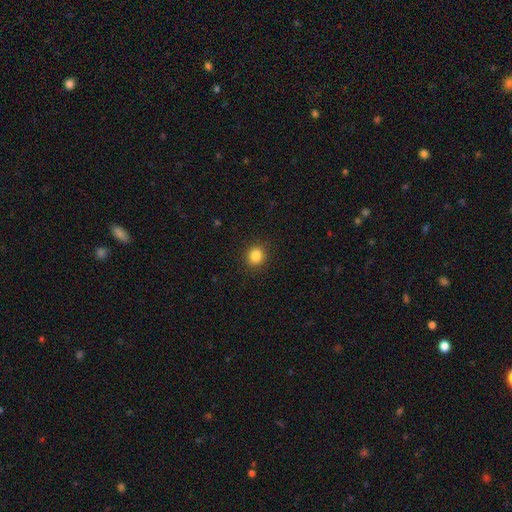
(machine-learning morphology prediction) Q: Smooth or featured?
A: smooth (85%); runner-up: star or artifact (11%)
Q: How rounded?
A: round (79%); runner-up: in between (20%)
Q: Merging?
A: none (91%); runner-up: minor disturbance (6%)